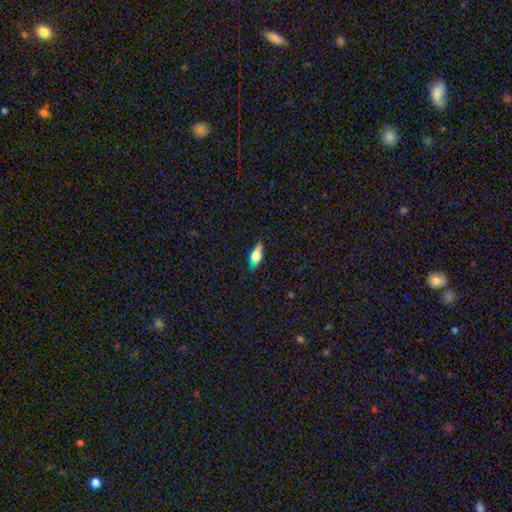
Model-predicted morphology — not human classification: Smooth or featured: smooth — 72% (featured or disk — 19%)
How rounded: in between — 76% (cigar-shaped — 20%)
Merging: none — 79% (minor disturbance — 16%)